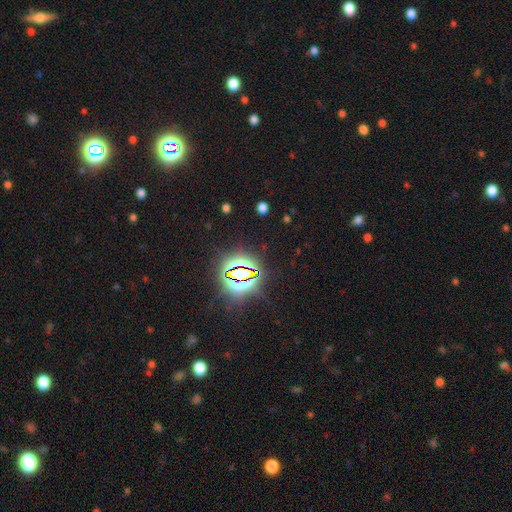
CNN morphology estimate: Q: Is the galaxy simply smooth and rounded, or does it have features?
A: star or artifact — 83%.